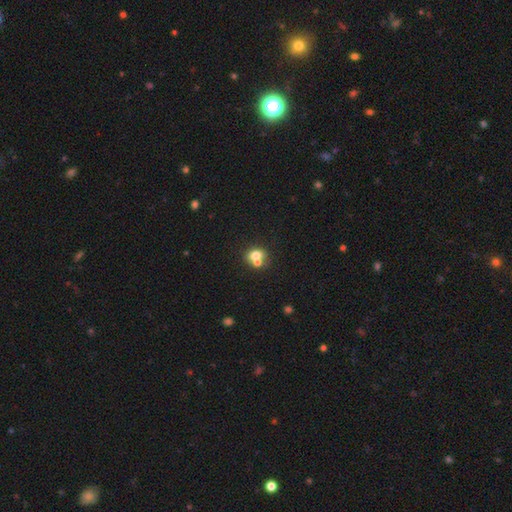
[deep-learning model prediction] Smooth or featured? smooth (70%)
How rounded? round (58%)
Merging? merger (49%)